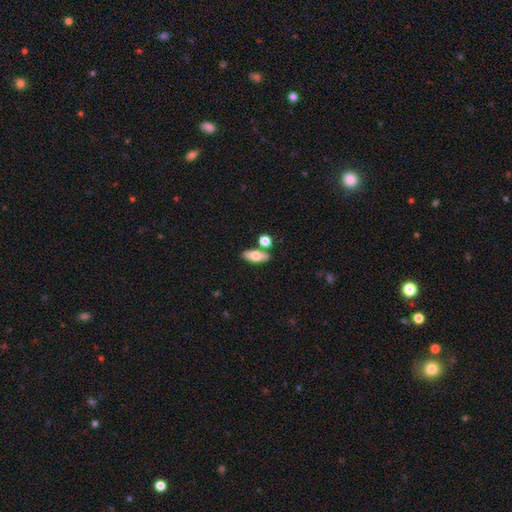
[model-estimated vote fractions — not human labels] Smooth or featured? Predicted: smooth (p=0.70). How rounded? Predicted: in between (p=0.78). Merging? Predicted: none (p=0.72).